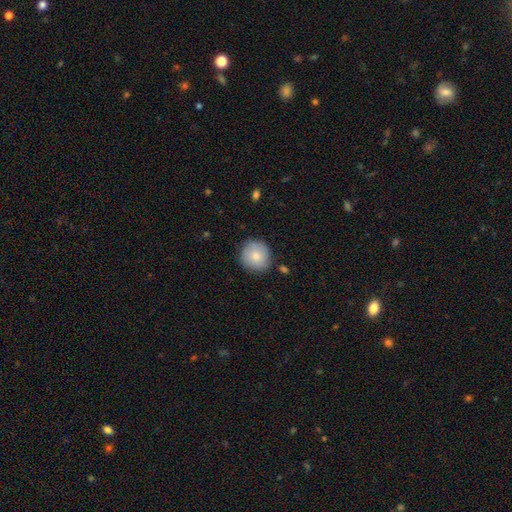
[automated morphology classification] smooth-or-featured: smooth: 81% | featured or disk: 13% | star or artifact: 7%
  how-rounded: round: 92% | in between: 7% | cigar-shaped: 1%
  merging: none: 82% | minor disturbance: 13% | major disturbance: 3% | merger: 2%